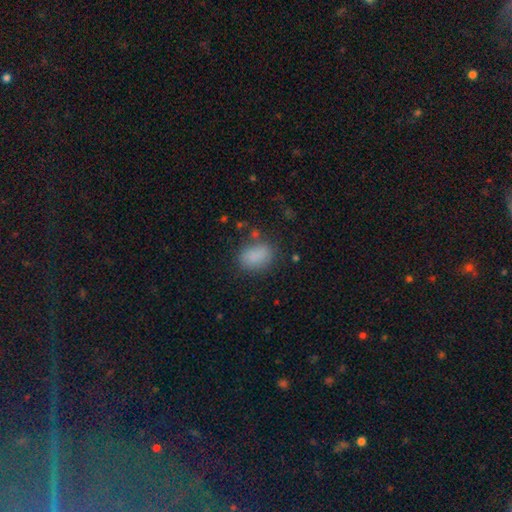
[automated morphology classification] A smooth galaxy with no disk features (84%) that is in between round and cigar-shaped (77%).

Vote fractions:
- Smooth or featured? smooth: 84% / star or artifact: 10% / featured or disk: 6%
- How rounded? in between: 77% / round: 22% / cigar-shaped: 1%
- Merging? none: 74% / minor disturbance: 16% / major disturbance: 6% / merger: 4%